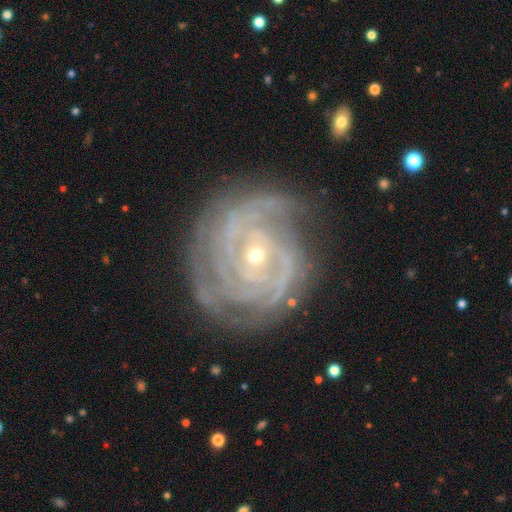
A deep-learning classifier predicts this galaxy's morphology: Smooth or featured?
  - featured or disk: 89% *
  - star or artifact: 6%
  - smooth: 5%
Edge-on disk?
  - no: 97% *
  - yes: 3%
Bar?
  - no: 67% *
  - weak: 23%
  - strong: 10%
Spiral arms?
  - yes: 97% *
  - no: 3%
Spiral winding?
  - tight: 77% *
  - medium: 19%
  - loose: 4%
Spiral arm count?
  - can't tell: 24% *
  - 3: 23%
  - 4: 18%
  - 2: 18%
  - more than 4: 10%
  - 1: 7%
Bulge size?
  - small: 62% *
  - moderate: 35%
  - large: 1%
  - none: 1%
  - dominant: 1%
Merging?
  - none: 72% *
  - minor disturbance: 19%
  - major disturbance: 8%
  - merger: 1%